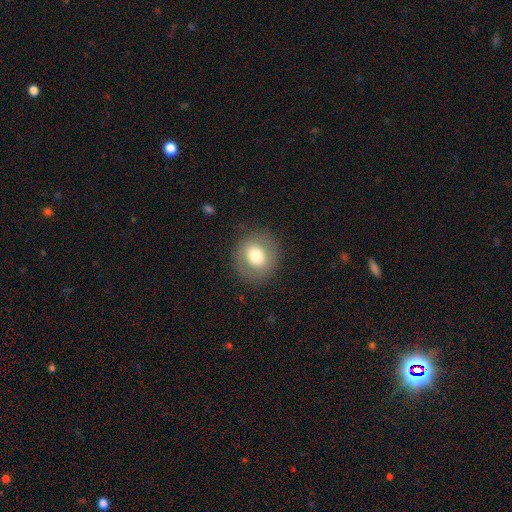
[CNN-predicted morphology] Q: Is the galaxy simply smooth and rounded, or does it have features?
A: smooth — 66%.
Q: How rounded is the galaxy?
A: round — 82%.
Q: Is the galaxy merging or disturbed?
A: none — 85%.